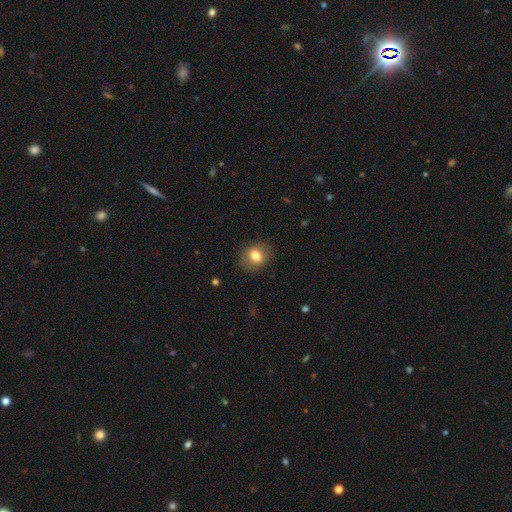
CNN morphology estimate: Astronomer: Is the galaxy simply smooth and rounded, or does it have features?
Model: smooth — 77%.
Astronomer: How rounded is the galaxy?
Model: round — 60% (runner-up: in between, 39%).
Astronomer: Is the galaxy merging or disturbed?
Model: none — 85%.